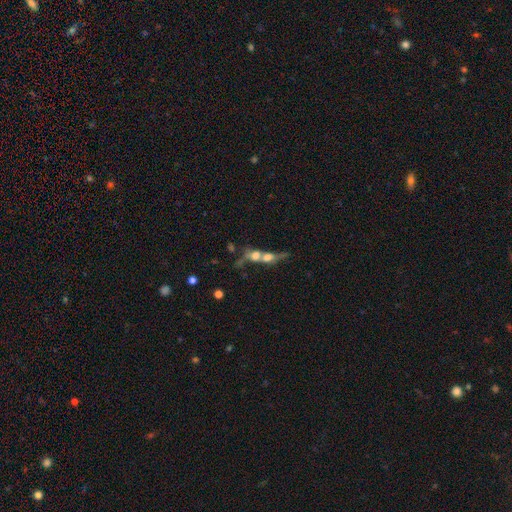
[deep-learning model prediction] This is marginally a smooth galaxy (44%). Merging: likely merger (71%).